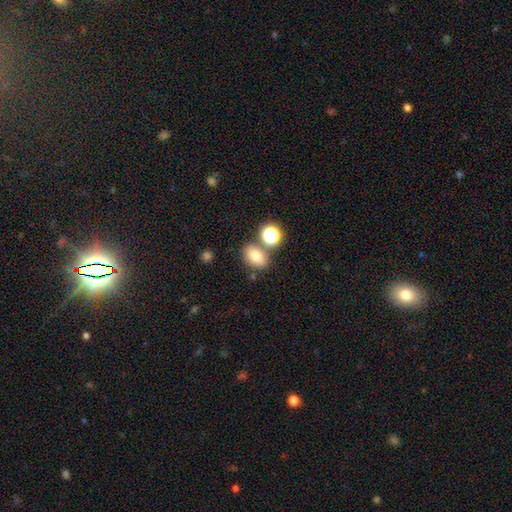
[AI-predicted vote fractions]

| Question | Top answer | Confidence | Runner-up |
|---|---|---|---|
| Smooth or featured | smooth | 78% | star or artifact (13%) |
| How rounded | in between | 72% | round (27%) |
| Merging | none | 68% | merger (16%) |